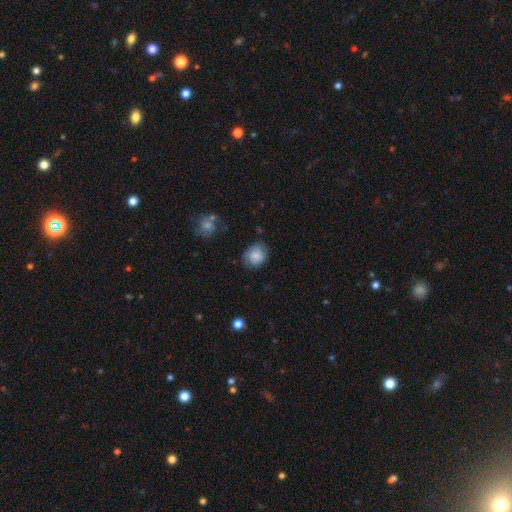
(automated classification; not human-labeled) Smooth or featured: smooth — 73% (featured or disk — 19%)
How rounded: round — 62% (in between — 37%)
Merging: none — 68% (minor disturbance — 23%)